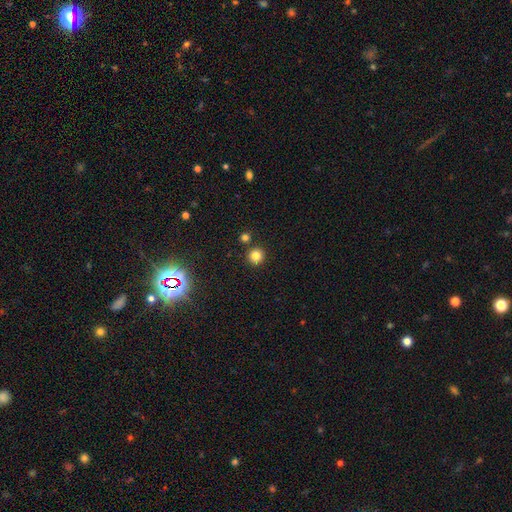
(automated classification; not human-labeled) This appears to be a smooth galaxy with no disk features (82%) that is round (94%). Merging: none (86%).